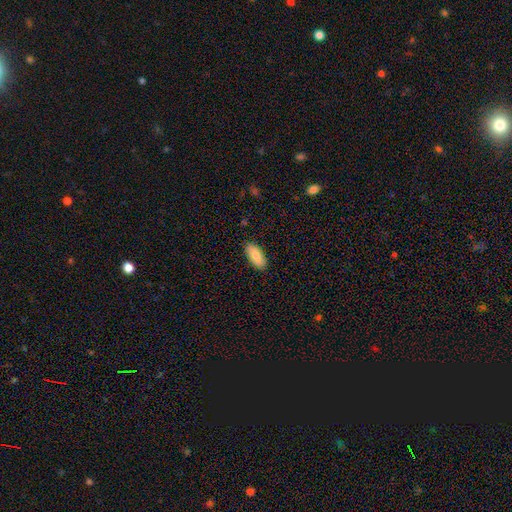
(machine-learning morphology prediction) The model was most divided on "how rounded": in between: 81%, cigar-shaped: 17%, round: 2%. More confident: merging — none (89%); smooth or featured — smooth (85%).